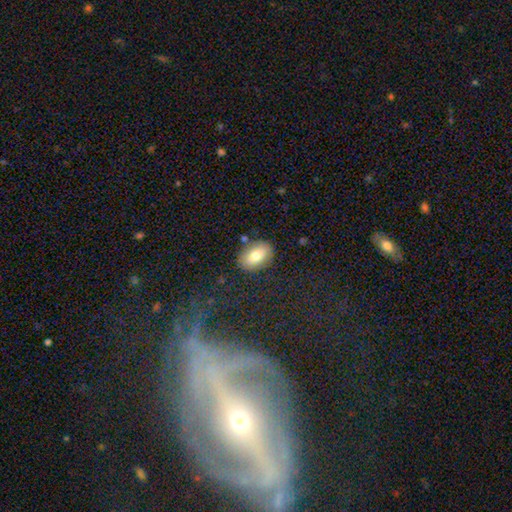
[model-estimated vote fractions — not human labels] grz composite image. It shows a smooth galaxy with no disk features (74%) that is in between round and cigar-shaped (84%). Merging: none (82%).